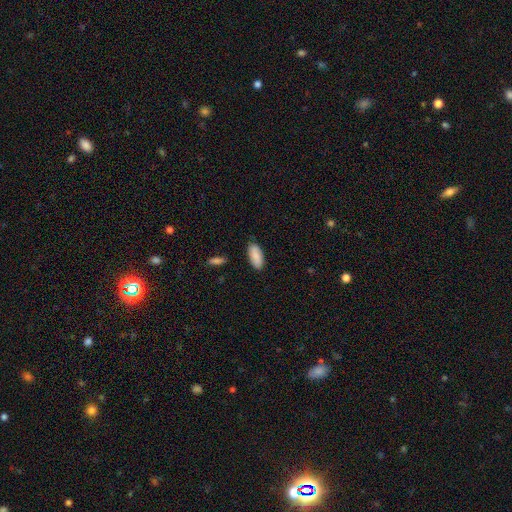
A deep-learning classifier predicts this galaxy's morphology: The model was most divided on "merging": none: 84%, minor disturbance: 12%, major disturbance: 2%, merger: 2%. More confident: smooth or featured — smooth (88%); how rounded — in between (87%).